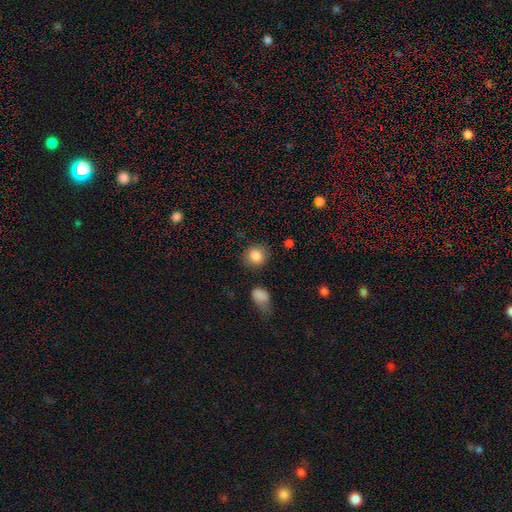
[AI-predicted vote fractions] A smooth galaxy with no disk features (85%) that is round (83%). Merging: none (83%).